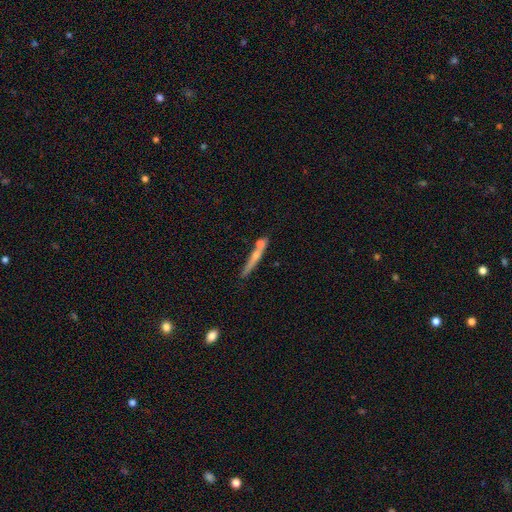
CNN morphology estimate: The model was most divided on "smooth or featured": smooth: 50%, featured or disk: 42%, star or artifact: 8%. More confident: how rounded — cigar-shaped (92%); merging — none (60%).